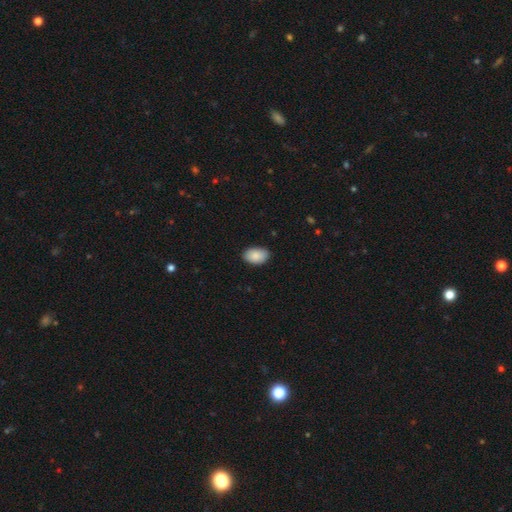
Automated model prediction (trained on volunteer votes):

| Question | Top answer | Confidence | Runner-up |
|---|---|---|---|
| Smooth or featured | smooth | 89% | star or artifact (6%) |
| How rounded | in between | 91% | round (8%) |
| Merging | none | 85% | minor disturbance (12%) |